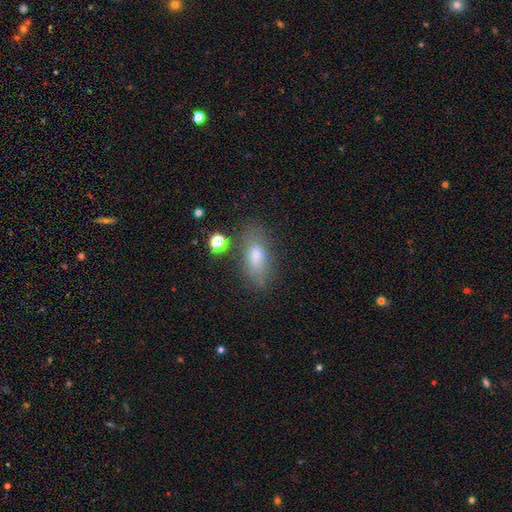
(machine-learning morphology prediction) Overall: smooth (72%). How rounded: in between (78%). Merging: none (69%).